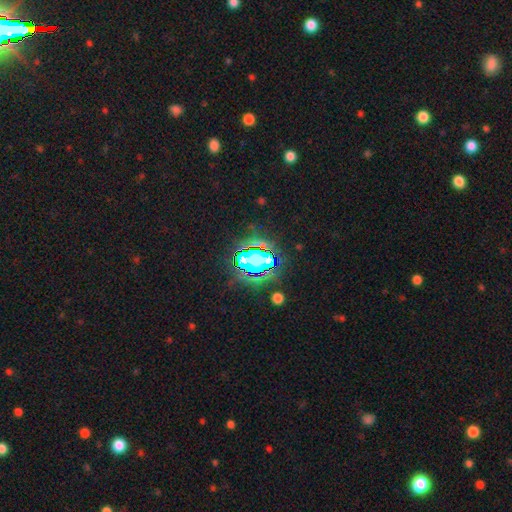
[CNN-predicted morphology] smooth_or_featured: star or artifact (p=0.75) [alt: smooth p=0.16]